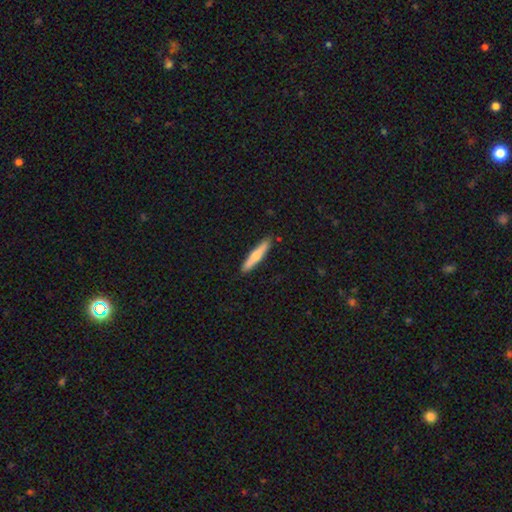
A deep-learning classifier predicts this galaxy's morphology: This appears to be a smooth galaxy with no disk features (54%) that is cigar-shaped (91%). Merging: none (91%).